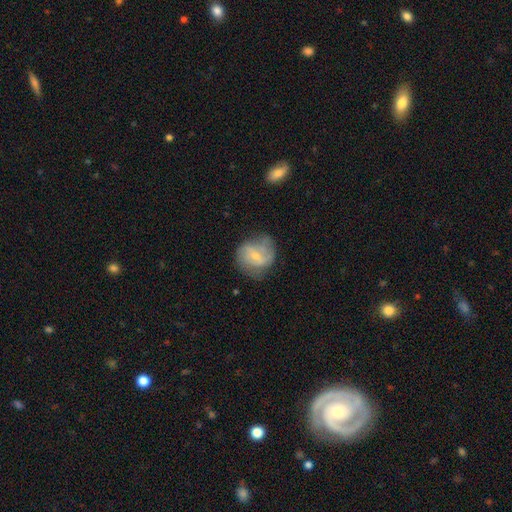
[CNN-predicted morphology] This is possibly a featured or disk galaxy (57%). It is clearly not viewed edge-on (97%). Bar: possibly weak (50%). Spiral arm pattern: likely yes (74%). Central bulge: likely small (64%). Merging: possibly none (55%).